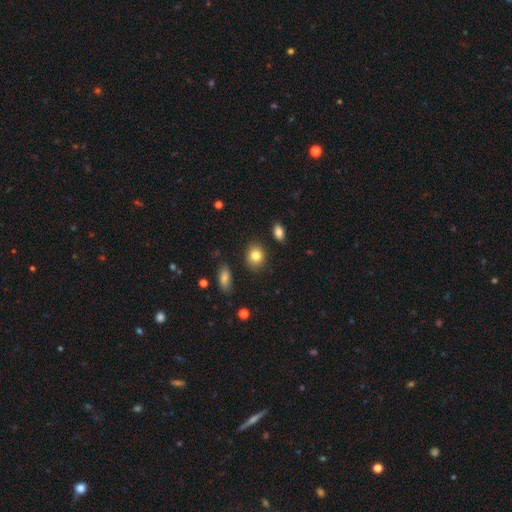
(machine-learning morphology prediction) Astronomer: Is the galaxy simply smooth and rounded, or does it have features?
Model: smooth — 83%.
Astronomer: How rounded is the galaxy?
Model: round — 55% (runner-up: in between, 43%).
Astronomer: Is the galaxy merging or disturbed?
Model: none — 85%.